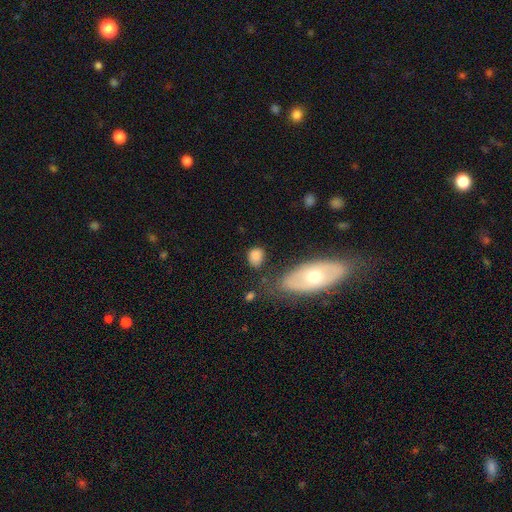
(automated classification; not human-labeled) Overall: smooth (81%). How rounded: in between (56%; round 41%). Merging: none (62%).